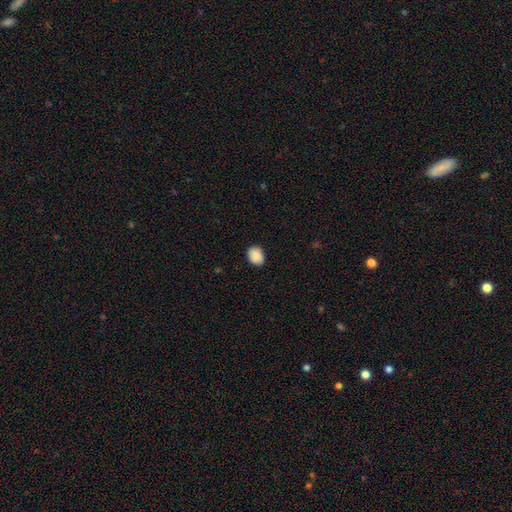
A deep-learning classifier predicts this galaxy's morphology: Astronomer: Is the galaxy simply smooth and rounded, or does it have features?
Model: smooth — 89%.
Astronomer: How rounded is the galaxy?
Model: in between — 59% (runner-up: round, 40%).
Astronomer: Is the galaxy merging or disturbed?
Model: none — 83%.